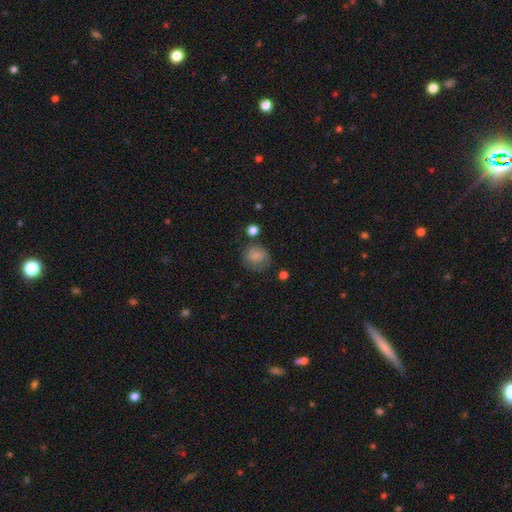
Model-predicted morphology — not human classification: smooth_or_featured: smooth (p=0.75) [alt: featured or disk p=0.15]
how_rounded: round (p=0.77) [alt: in between p=0.22]
merging: none (p=0.65) [alt: minor disturbance p=0.22]